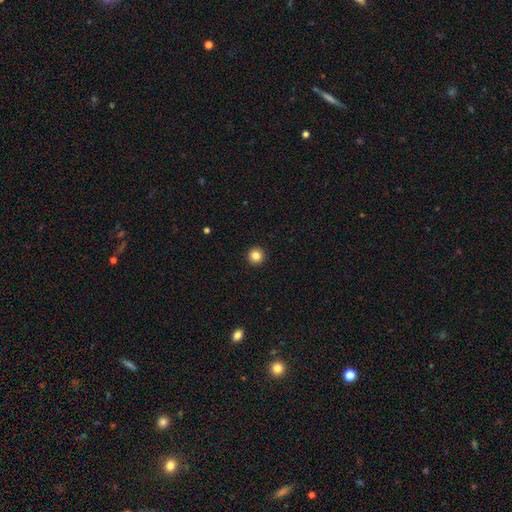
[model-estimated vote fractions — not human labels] Morphology: type=smooth (84%); roundness=round (96%); merging=none (94%).